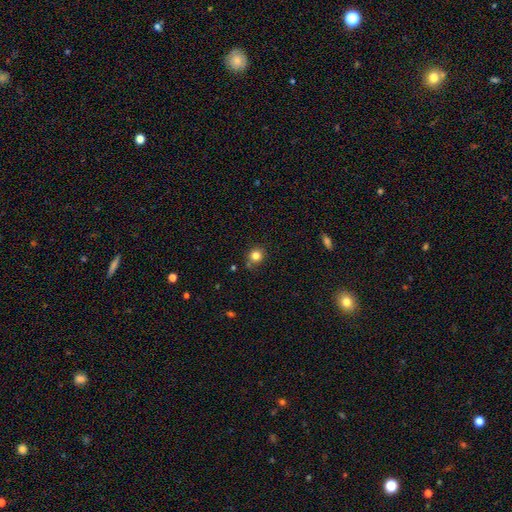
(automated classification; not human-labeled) smooth 82%, star or artifact 12%, featured or disk 5%. Down the decision tree: how rounded — round (89%); merging — none (79%).